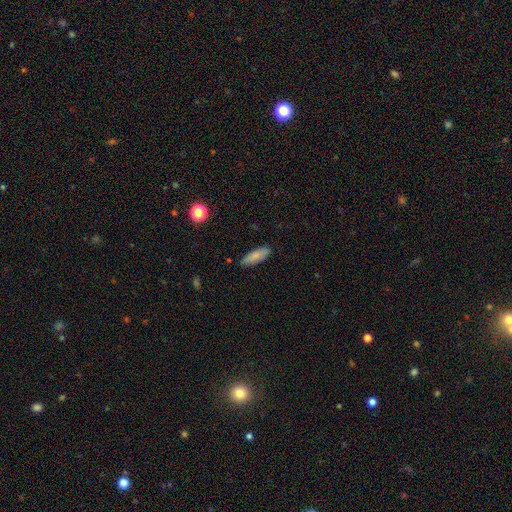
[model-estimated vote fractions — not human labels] A smooth galaxy with no disk features (82%) that is in between round and cigar-shaped (62%).

Vote fractions:
- Smooth or featured? smooth: 82% / featured or disk: 11% / star or artifact: 7%
- How rounded? in between: 62% / cigar-shaped: 36% / round: 2%
- Merging? none: 84% / minor disturbance: 12% / major disturbance: 2% / merger: 1%